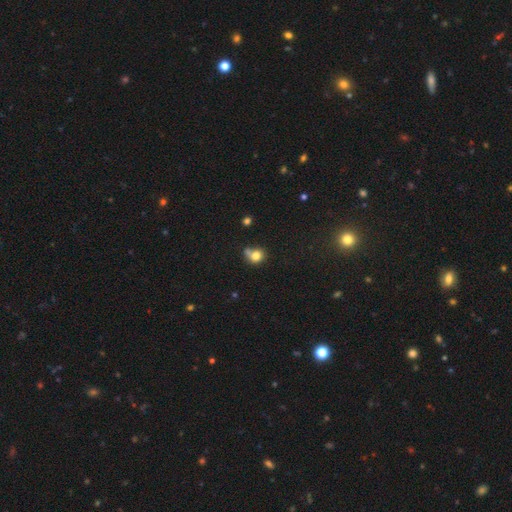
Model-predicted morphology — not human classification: Q: Smooth or featured?
A: smooth (78%); runner-up: star or artifact (12%)
Q: How rounded?
A: round (73%); runner-up: in between (26%)
Q: Merging?
A: none (44%); runner-up: merger (26%)